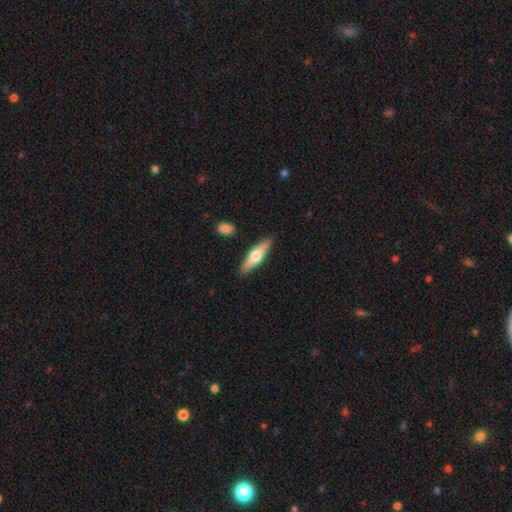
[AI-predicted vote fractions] smooth-or-featured: smooth: 53% | featured or disk: 42% | star or artifact: 5%
  how-rounded: cigar-shaped: 67% | in between: 31% | round: 2%
  merging: none: 88% | minor disturbance: 8% | merger: 2% | major disturbance: 2%